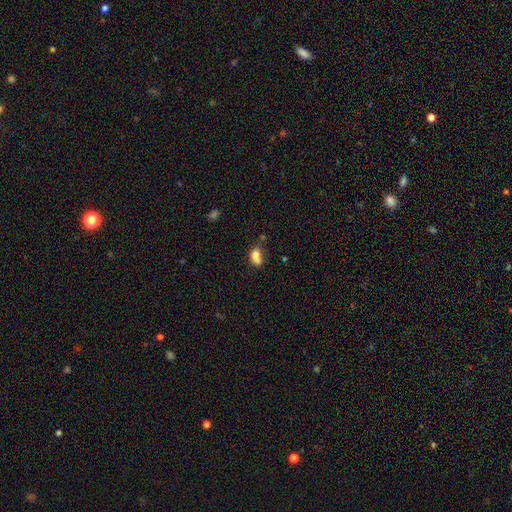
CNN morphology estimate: The model was most divided on "merging": merger: 37%, none: 34%, minor disturbance: 20%, major disturbance: 9%. More confident: smooth or featured — smooth (75%); how rounded — in between (72%).